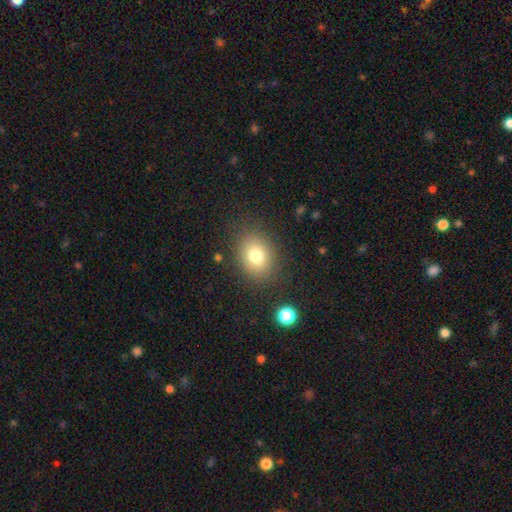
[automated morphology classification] This is likely a smooth galaxy (78%). How rounded: possibly in between (51%). Merging: clearly none (83%).